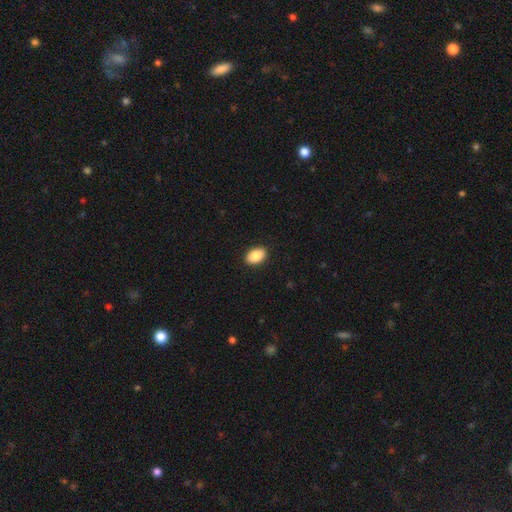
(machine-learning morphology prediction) A smooth galaxy with no disk features (87%) that is in between round and cigar-shaped (87%).

Vote fractions:
- Smooth or featured? smooth: 87% / star or artifact: 7% / featured or disk: 6%
- How rounded? in between: 87% / round: 12% / cigar-shaped: 1%
- Merging? none: 91% / minor disturbance: 7% / major disturbance: 2% / merger: 1%